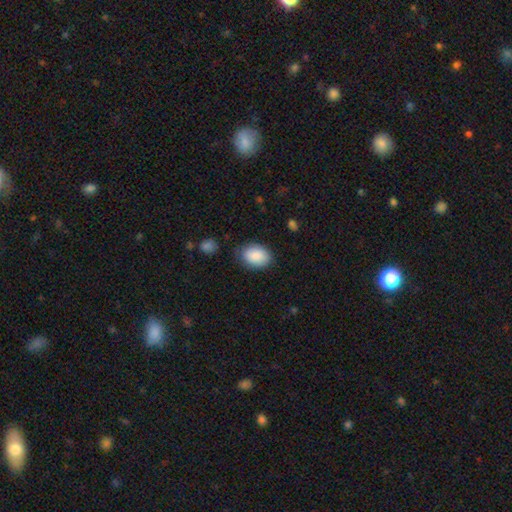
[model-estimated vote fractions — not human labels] Smooth or featured? Predicted: smooth (p=0.89). How rounded? Predicted: in between (p=0.83). Merging? Predicted: none (p=0.76).